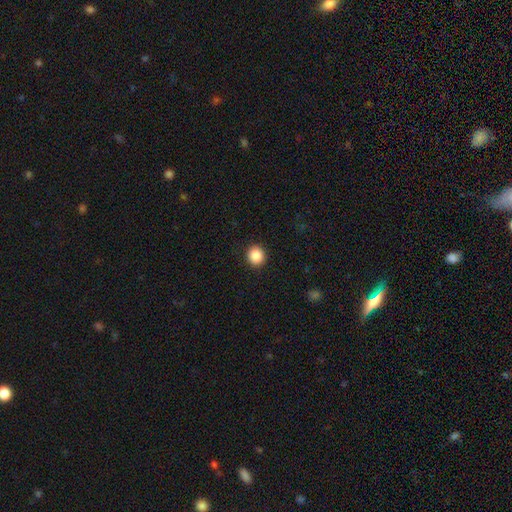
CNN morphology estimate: Q: Smooth or featured?
A: smooth (88%); runner-up: star or artifact (9%)
Q: How rounded?
A: round (88%); runner-up: in between (11%)
Q: Merging?
A: none (92%); runner-up: minor disturbance (5%)